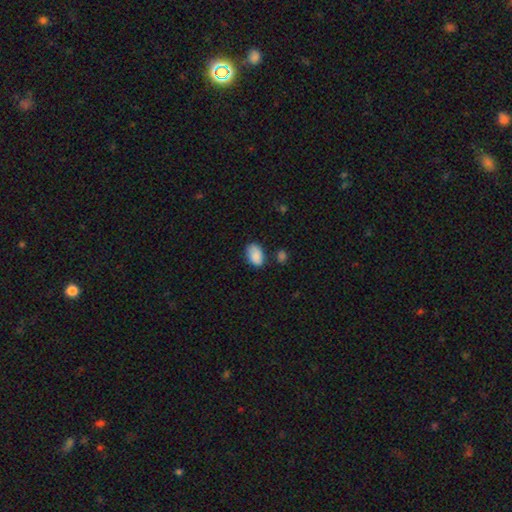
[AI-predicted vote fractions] A smooth galaxy with no disk features (86%) that is in between round and cigar-shaped (91%). Merging: none (69%).